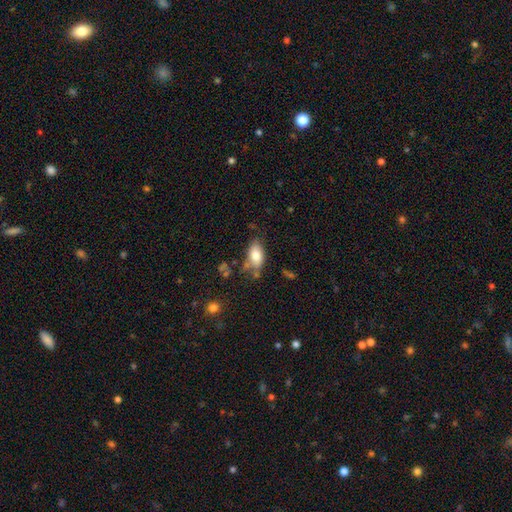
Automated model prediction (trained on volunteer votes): Smooth or featured? Predicted: smooth (p=0.78). How rounded? Predicted: in between (p=0.91). Merging? Predicted: none (p=0.59).